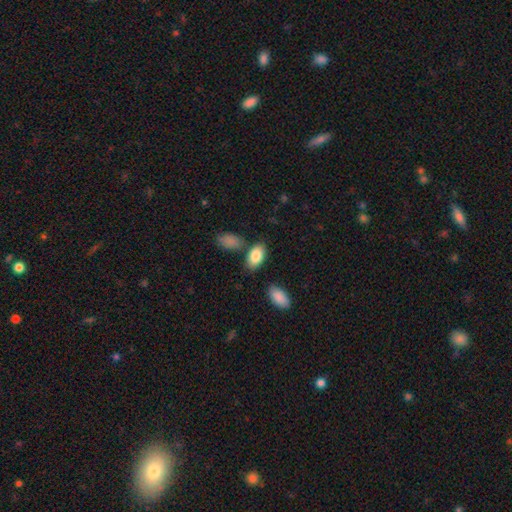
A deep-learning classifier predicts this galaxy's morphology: smooth-or-featured: smooth: 86% | featured or disk: 8% | star or artifact: 6%
  how-rounded: in between: 94% | round: 4% | cigar-shaped: 2%
  merging: none: 76% | minor disturbance: 13% | merger: 8% | major disturbance: 3%